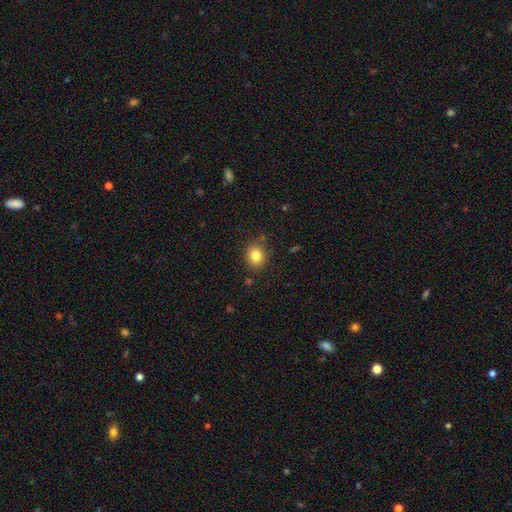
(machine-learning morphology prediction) The model was most divided on "how rounded": round: 74%, in between: 25%, cigar-shaped: 1%. More confident: merging — none (82%); smooth or featured — smooth (82%).